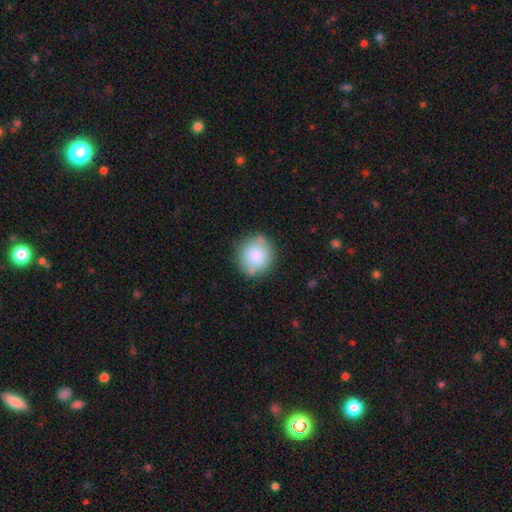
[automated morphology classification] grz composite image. It shows a smooth galaxy with no disk features (81%) that is round (85%). Merging: none (79%).